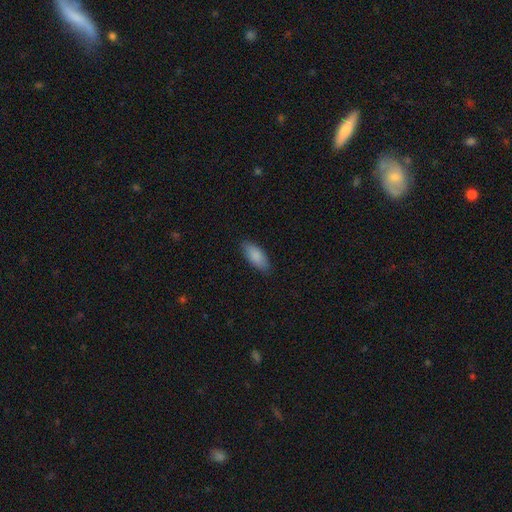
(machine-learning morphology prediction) Overall: smooth (88%). How rounded: in between (83%). Merging: none (86%).